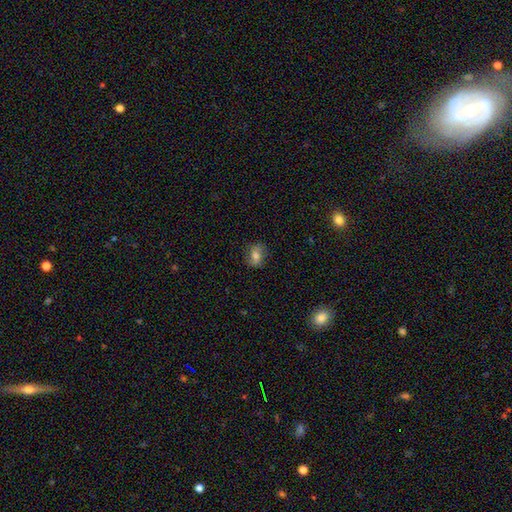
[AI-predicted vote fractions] Smooth or featured? smooth (65%)
How rounded? in between (58%)
Merging? none (78%)